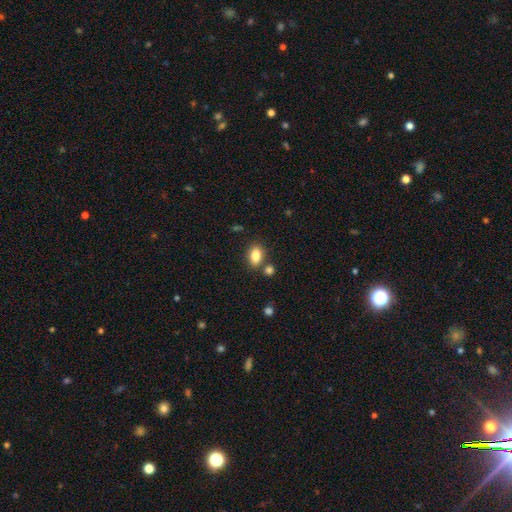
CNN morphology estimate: smooth-or-featured: smooth: 84% | star or artifact: 9% | featured or disk: 7%
  how-rounded: in between: 85% | round: 13% | cigar-shaped: 2%
  merging: none: 72% | merger: 14% | minor disturbance: 11% | major disturbance: 3%